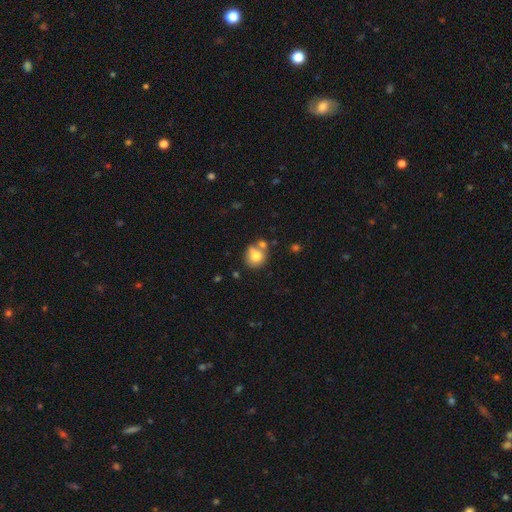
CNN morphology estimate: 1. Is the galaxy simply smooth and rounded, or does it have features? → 75% smooth, 15% featured or disk, 10% star or artifact.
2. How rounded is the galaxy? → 76% round, 23% in between, 1% cigar-shaped.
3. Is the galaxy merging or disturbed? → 49% none, 28% merger, 17% minor disturbance, 7% major disturbance.